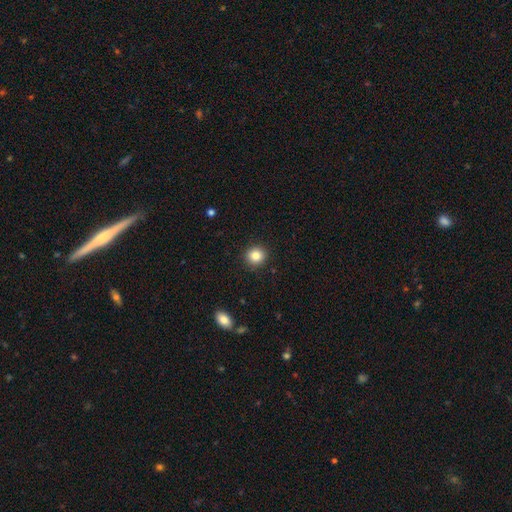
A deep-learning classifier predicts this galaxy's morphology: smooth_or_featured: smooth (p=0.84) [alt: star or artifact p=0.10]
how_rounded: round (p=0.90) [alt: in between p=0.09]
merging: none (p=0.92) [alt: minor disturbance p=0.05]